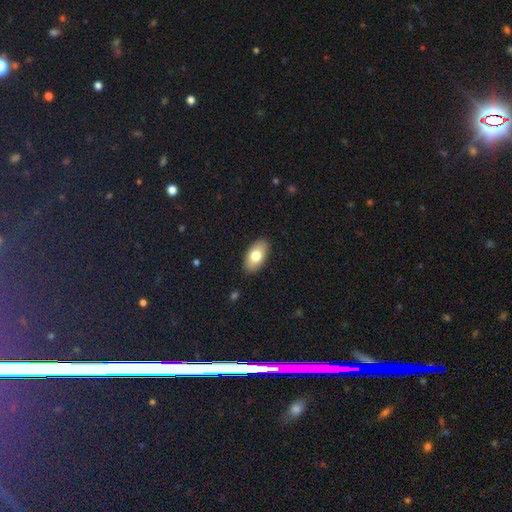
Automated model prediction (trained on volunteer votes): Smooth or featured? smooth (76%)
How rounded? in between (94%)
Merging? none (89%)